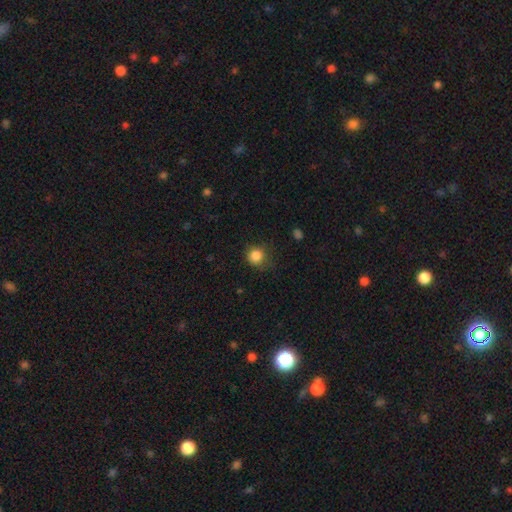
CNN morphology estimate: type=smooth (85%); roundness=round (91%); merging=none (76%).